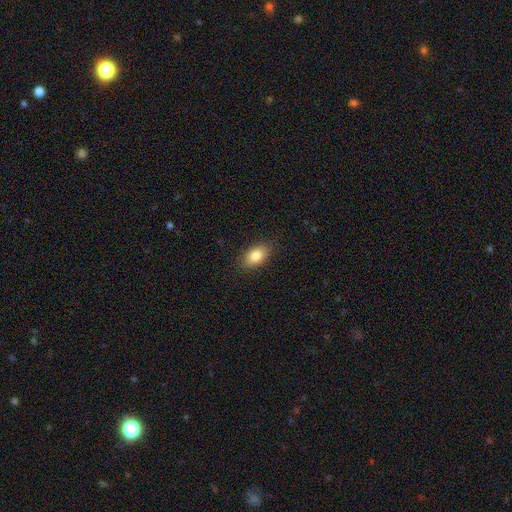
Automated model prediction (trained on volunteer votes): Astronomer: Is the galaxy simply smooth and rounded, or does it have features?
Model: smooth — 84%.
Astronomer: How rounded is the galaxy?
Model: in between — 89%.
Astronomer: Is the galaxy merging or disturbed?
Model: none — 86%.